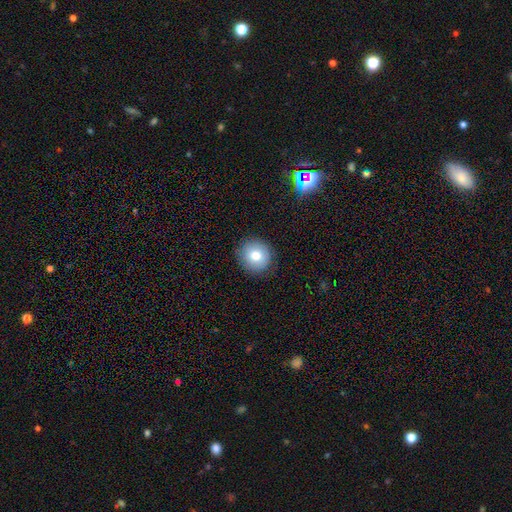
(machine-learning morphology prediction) The model was most divided on "smooth or featured": smooth: 78%, featured or disk: 13%, star or artifact: 9%. More confident: how rounded — round (90%); merging — none (88%).